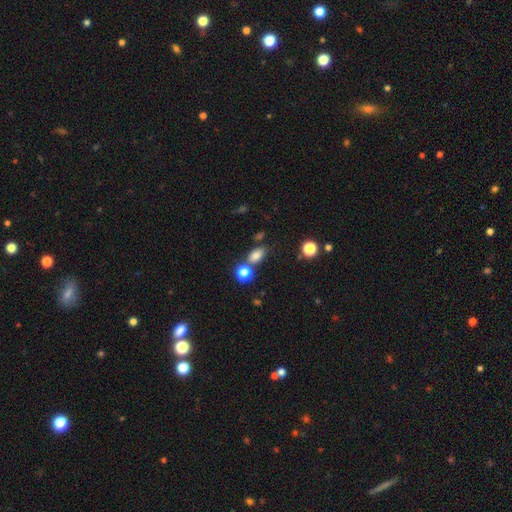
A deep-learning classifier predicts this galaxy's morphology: Smooth or featured? Predicted: smooth (p=0.80). How rounded? Predicted: in between (p=0.79). Merging? Predicted: none (p=0.64).